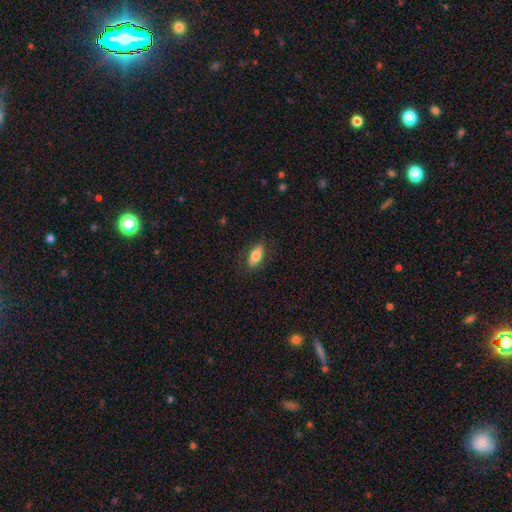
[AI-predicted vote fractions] smooth_or_featured: smooth (p=0.77) [alt: featured or disk p=0.16]
how_rounded: in between (p=0.84) [alt: cigar-shaped p=0.13]
merging: none (p=0.84) [alt: minor disturbance p=0.12]